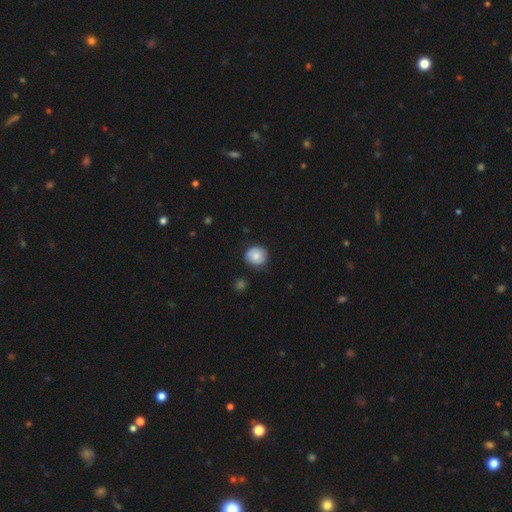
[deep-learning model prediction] A smooth galaxy with no disk features (73%) that is round (86%).

Vote fractions:
- Smooth or featured? smooth: 73% / featured or disk: 19% / star or artifact: 8%
- How rounded? round: 86% / in between: 13% / cigar-shaped: 1%
- Merging? none: 79% / minor disturbance: 16% / major disturbance: 3% / merger: 1%